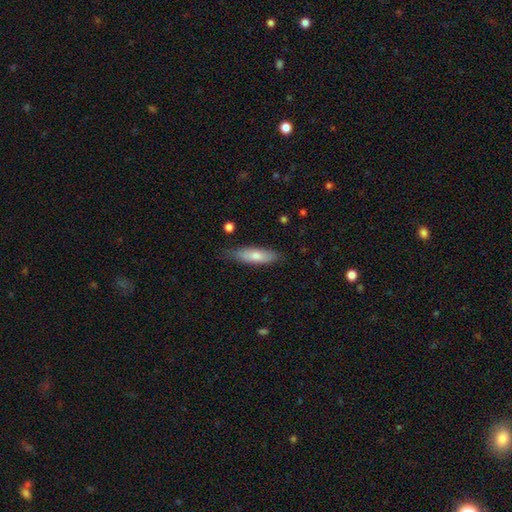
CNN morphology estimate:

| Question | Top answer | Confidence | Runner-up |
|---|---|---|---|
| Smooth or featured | smooth | 73% | featured or disk (21%) |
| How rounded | cigar-shaped | 54% | in between (44%) |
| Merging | none | 75% | minor disturbance (20%) |